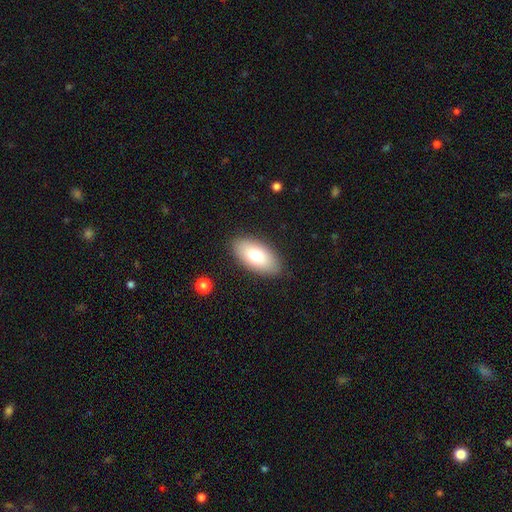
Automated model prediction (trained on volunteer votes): The model was most divided on "smooth or featured": smooth: 75%, featured or disk: 18%, star or artifact: 7%. More confident: how rounded — in between (92%); merging — none (87%).